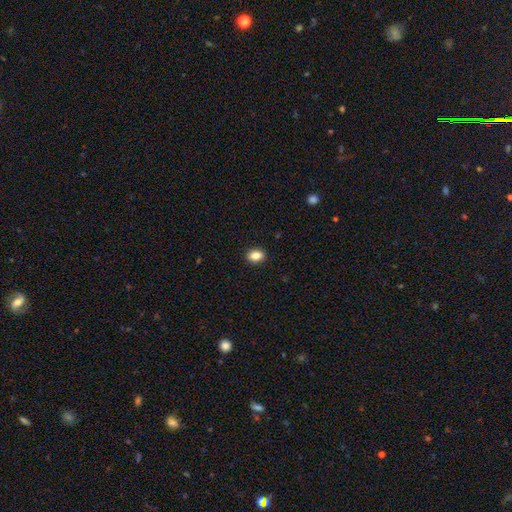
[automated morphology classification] smooth 85%, star or artifact 9%, featured or disk 6%. Down the decision tree: how rounded — in between (65%); merging — none (91%).